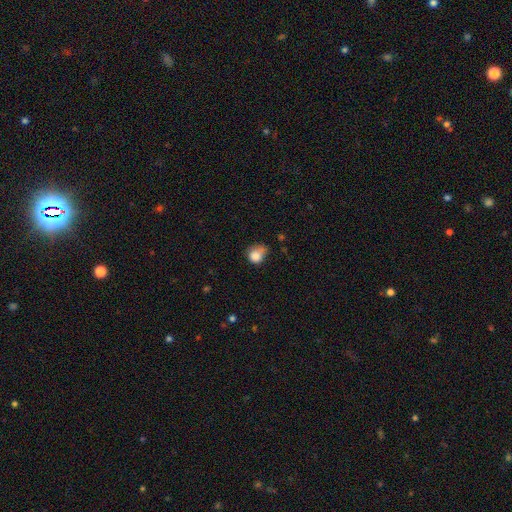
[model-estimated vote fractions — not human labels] A smooth galaxy with no disk features (83%) that is round (62%). Merging: minor disturbance (40%).